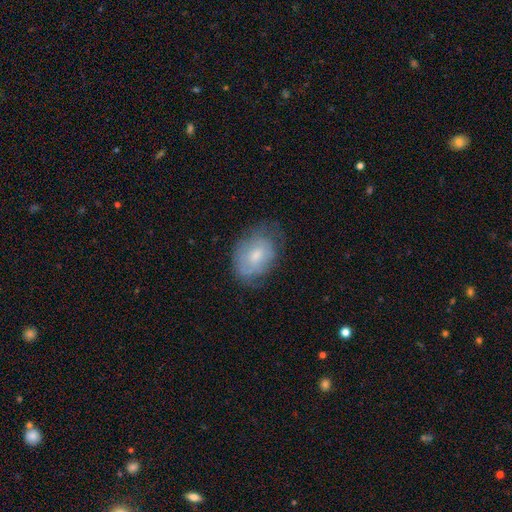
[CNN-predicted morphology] This appears to be a smooth galaxy with no disk features (56%) that is in between round and cigar-shaped (77%). Merging: none (61%).